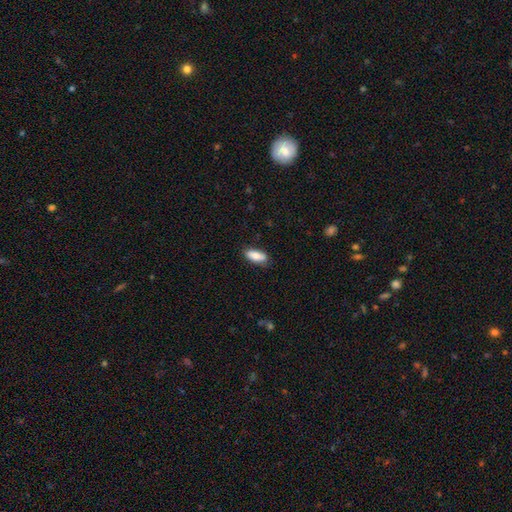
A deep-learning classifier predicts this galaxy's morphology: Smooth or featured: smooth — 78% (featured or disk — 15%)
How rounded: in between — 80% (cigar-shaped — 18%)
Merging: none — 80% (minor disturbance — 15%)